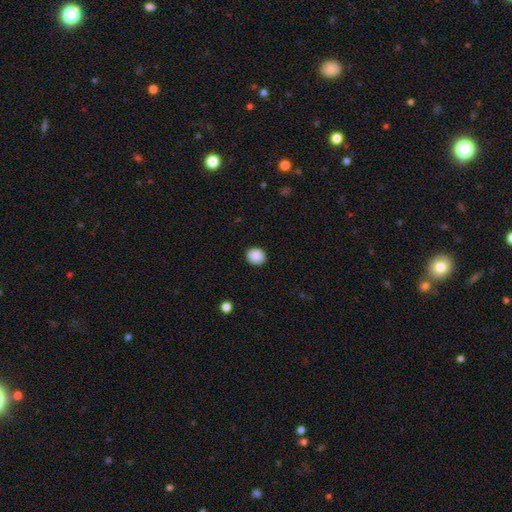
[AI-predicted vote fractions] Smooth or featured?
  - smooth: 89% *
  - star or artifact: 8%
  - featured or disk: 3%
How rounded?
  - round: 78% *
  - in between: 21%
  - cigar-shaped: 1%
Merging?
  - none: 91% *
  - minor disturbance: 6%
  - major disturbance: 2%
  - merger: 1%